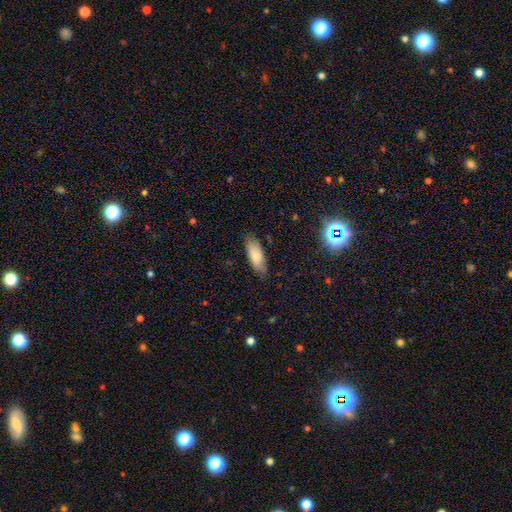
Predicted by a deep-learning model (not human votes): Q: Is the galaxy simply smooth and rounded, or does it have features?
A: smooth — 79%.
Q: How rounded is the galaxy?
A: in between — 69%.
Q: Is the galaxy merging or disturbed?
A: none — 81%.